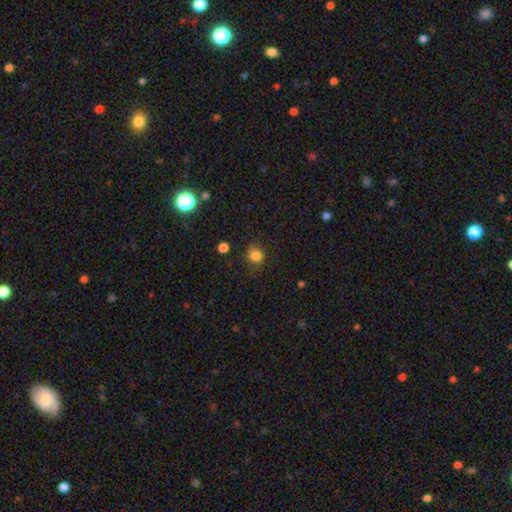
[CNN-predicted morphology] smooth-or-featured: smooth: 82% | star or artifact: 13% | featured or disk: 5%
  how-rounded: round: 80% | in between: 19% | cigar-shaped: 1%
  merging: none: 77% | minor disturbance: 16% | major disturbance: 5% | merger: 2%